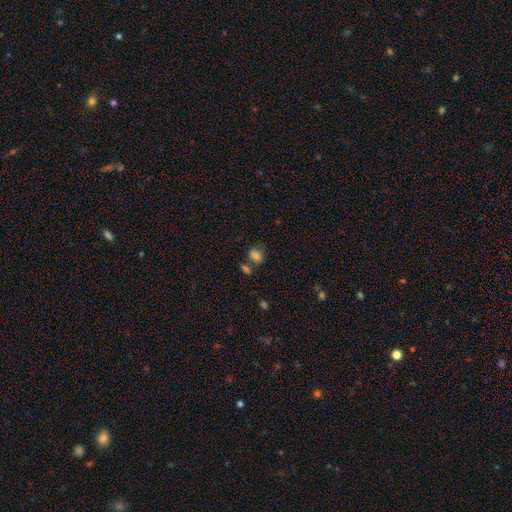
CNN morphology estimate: type=smooth (79%); roundness=in between (52%); merging=none (61%).